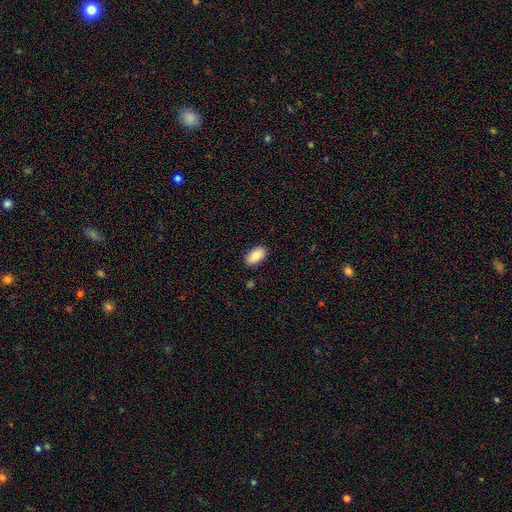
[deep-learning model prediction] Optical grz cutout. It shows a smooth galaxy with no disk features (85%) that is in between round and cigar-shaped (94%). Merging: none (88%).